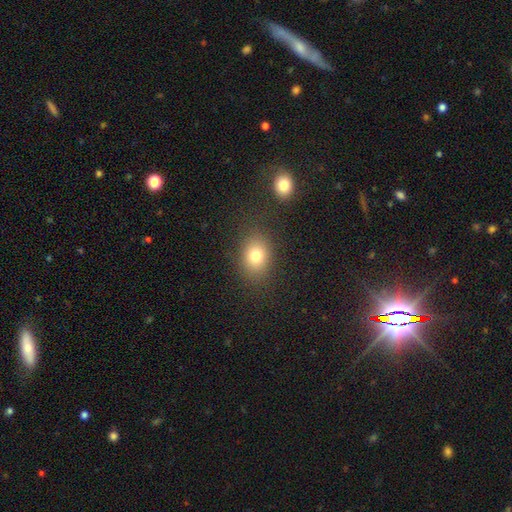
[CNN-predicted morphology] Smooth or featured?
  - smooth: 78% *
  - star or artifact: 12%
  - featured or disk: 10%
How rounded?
  - in between: 60% *
  - round: 39%
  - cigar-shaped: 1%
Merging?
  - none: 82% *
  - minor disturbance: 10%
  - major disturbance: 4%
  - merger: 3%